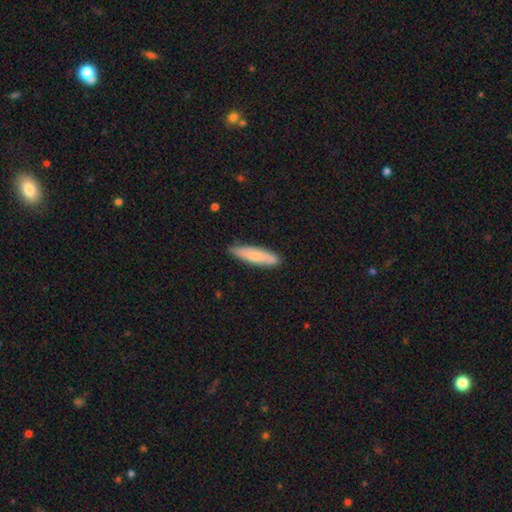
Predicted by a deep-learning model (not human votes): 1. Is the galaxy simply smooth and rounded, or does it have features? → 71% smooth, 23% featured or disk, 5% star or artifact.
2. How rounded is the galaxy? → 73% cigar-shaped, 25% in between, 2% round.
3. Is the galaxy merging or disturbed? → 84% none, 13% minor disturbance, 2% major disturbance, 1% merger.